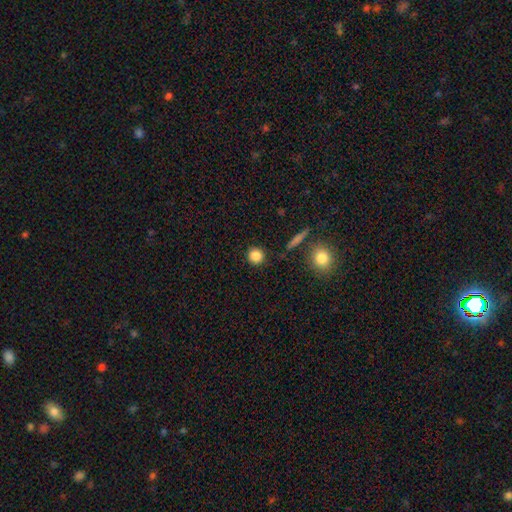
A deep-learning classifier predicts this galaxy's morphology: A smooth galaxy with no disk features (85%) that is round (93%). Merging: none (87%).